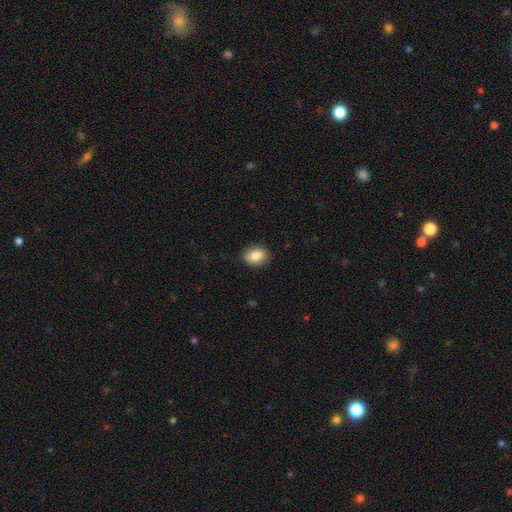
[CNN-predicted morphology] Smooth or featured? smooth (82%)
How rounded? in between (61%)
Merging? none (88%)